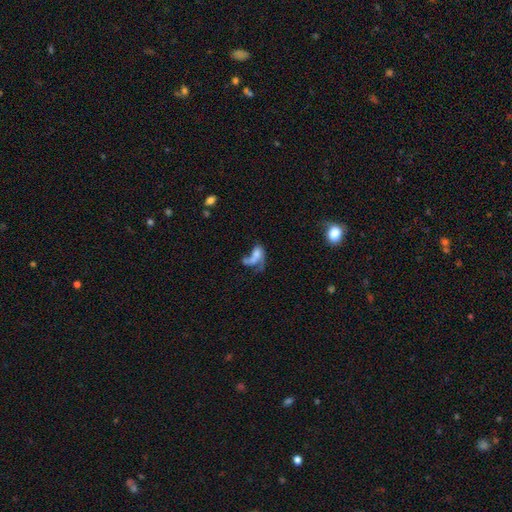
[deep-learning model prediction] Morphology: type=smooth (45%); merging=merger (41%).